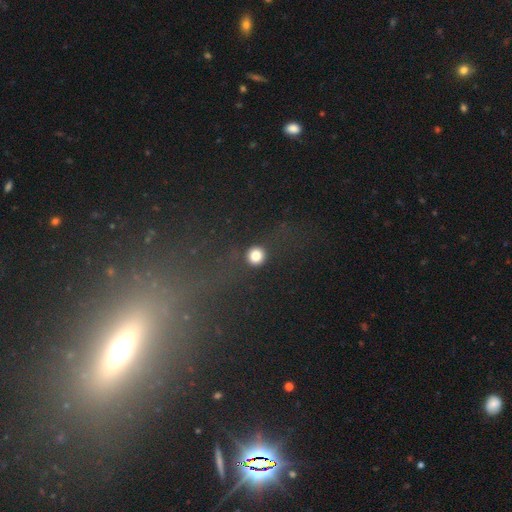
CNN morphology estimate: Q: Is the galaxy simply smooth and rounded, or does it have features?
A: smooth — 81%.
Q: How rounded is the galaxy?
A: round — 91%.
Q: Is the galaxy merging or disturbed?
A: none — 87%.